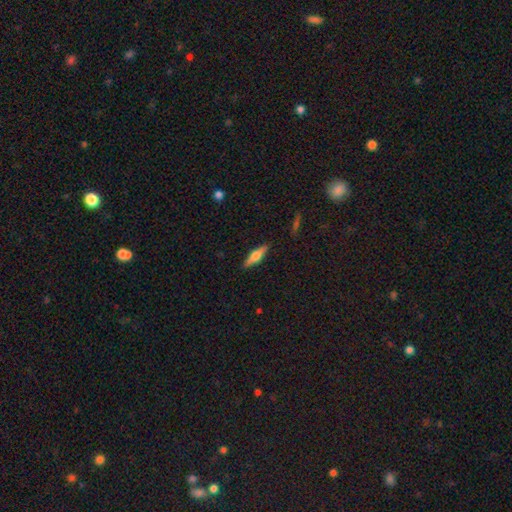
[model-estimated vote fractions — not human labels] Smooth or featured: featured or disk — 57% (smooth — 37%)
Edge-on disk: yes — 96% (no — 4%)
Edge-on bulge: rounded — 91% (boxy — 7%)
Merging: none — 90% (minor disturbance — 7%)